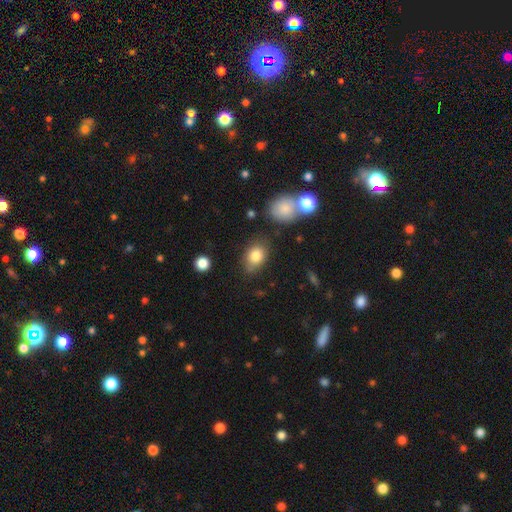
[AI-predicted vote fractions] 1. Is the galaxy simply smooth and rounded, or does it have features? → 82% smooth, 9% featured or disk, 9% star or artifact.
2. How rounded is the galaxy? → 72% in between, 26% round, 1% cigar-shaped.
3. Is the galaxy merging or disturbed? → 70% none, 20% minor disturbance, 5% major disturbance, 5% merger.